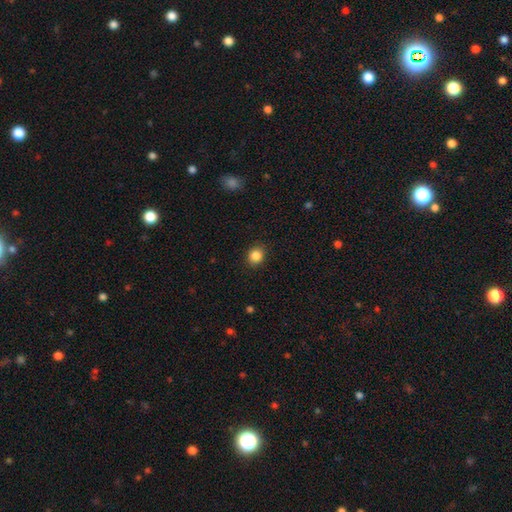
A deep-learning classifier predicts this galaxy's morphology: This appears to be a smooth galaxy with no disk features (86%) that is round (83%). Merging: none (90%).